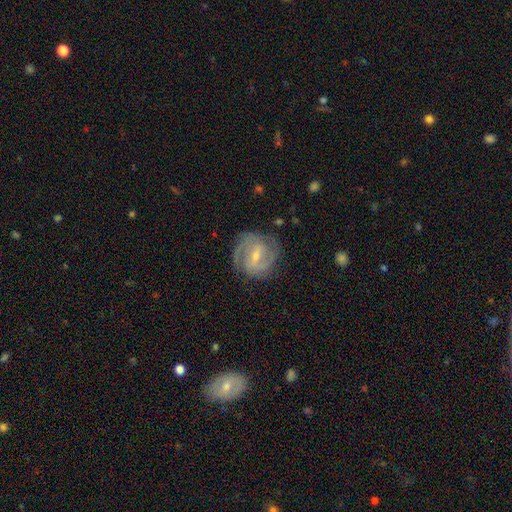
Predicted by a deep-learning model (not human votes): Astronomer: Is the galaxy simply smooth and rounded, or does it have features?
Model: featured or disk — 86%.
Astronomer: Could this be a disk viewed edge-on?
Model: no — 97%.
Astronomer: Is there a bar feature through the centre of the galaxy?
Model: weak — 49% (runner-up: strong, 33%).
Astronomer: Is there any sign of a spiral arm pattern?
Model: yes — 96%.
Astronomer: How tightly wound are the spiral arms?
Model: tight — 49% (runner-up: medium, 42%).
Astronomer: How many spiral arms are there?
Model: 2 — 66%.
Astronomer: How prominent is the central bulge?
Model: small — 56% (runner-up: moderate, 41%).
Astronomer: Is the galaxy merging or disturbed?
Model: none — 79%.